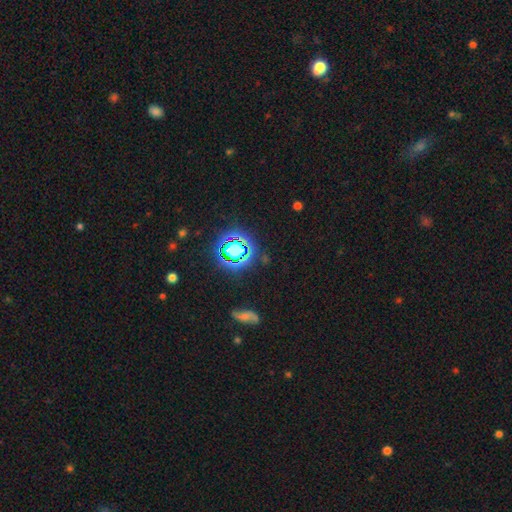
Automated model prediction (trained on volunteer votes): Morphology: type=star or artifact (75%).